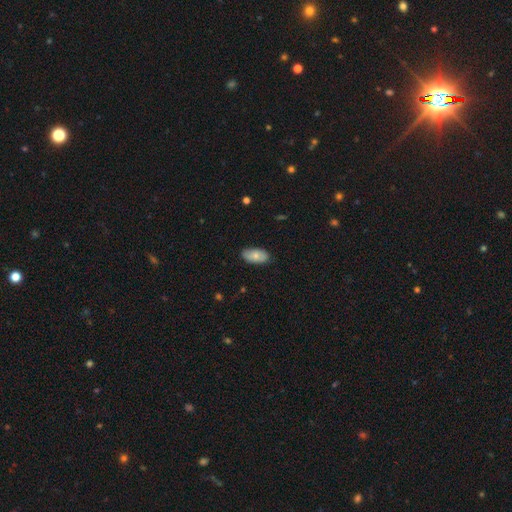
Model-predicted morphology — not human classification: type=smooth (74%); roundness=in between (94%); merging=none (83%).